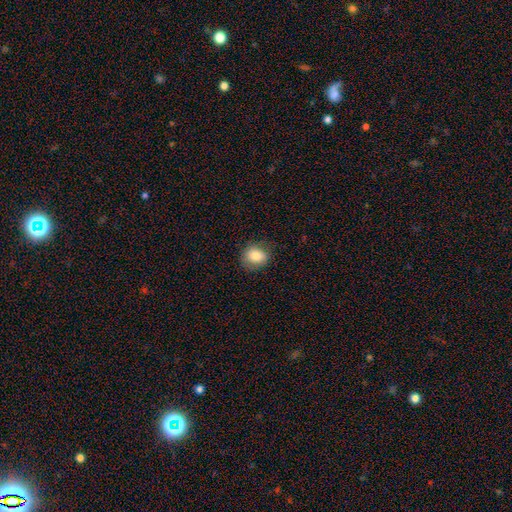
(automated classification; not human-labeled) This is clearly a smooth galaxy (82%). How rounded: likely round (66%). Merging: likely none (80%).